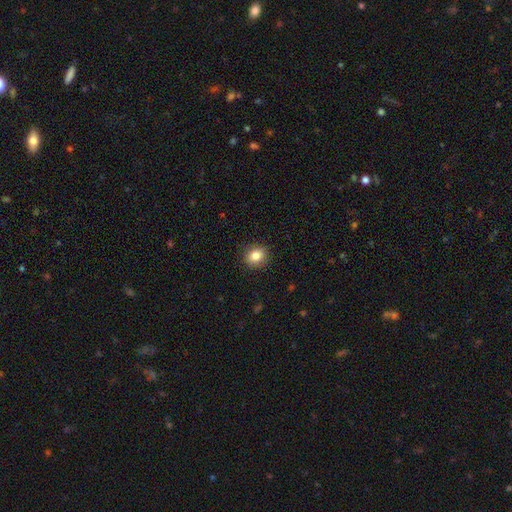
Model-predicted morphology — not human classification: smooth_or_featured: smooth (p=0.84) [alt: star or artifact p=0.09]
how_rounded: round (p=0.64) [alt: in between p=0.35]
merging: none (p=0.88) [alt: minor disturbance p=0.09]